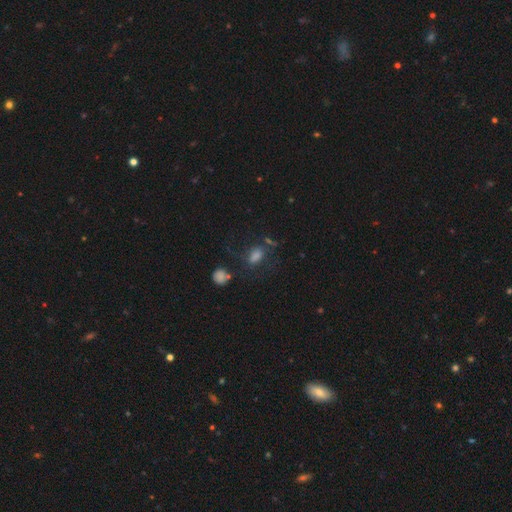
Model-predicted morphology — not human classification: Overall: smooth (59%; star or artifact 22%). How rounded: in between (74%). Merging: none (54%; minor disturbance 19%).